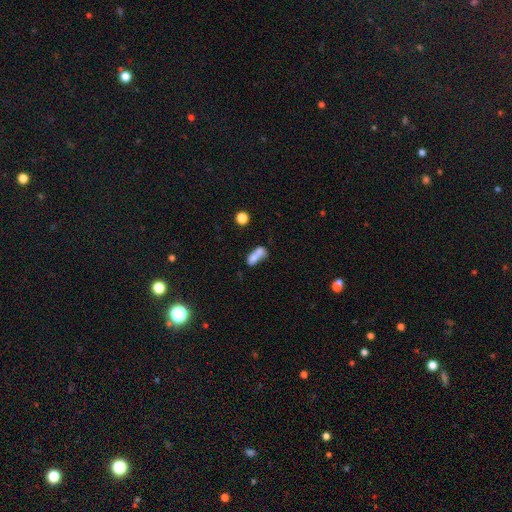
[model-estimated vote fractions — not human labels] smooth_or_featured: smooth (p=0.69) [alt: featured or disk p=0.20]
how_rounded: in between (p=0.69) [alt: cigar-shaped p=0.21]
merging: merger (p=0.54) [alt: none p=0.25]